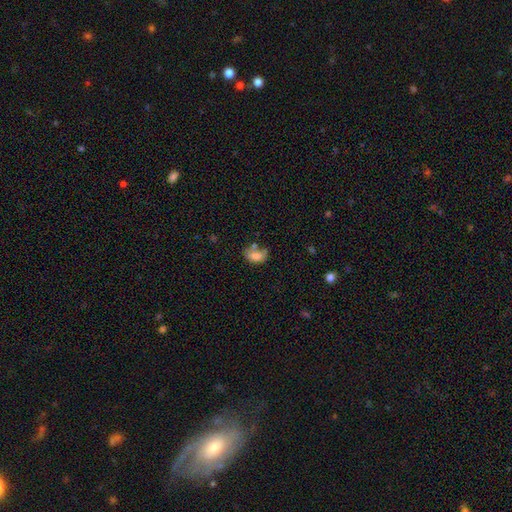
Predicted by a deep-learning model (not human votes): Smooth or featured? Predicted: smooth (p=0.78). How rounded? Predicted: in between (p=0.85). Merging? Predicted: none (p=0.42).